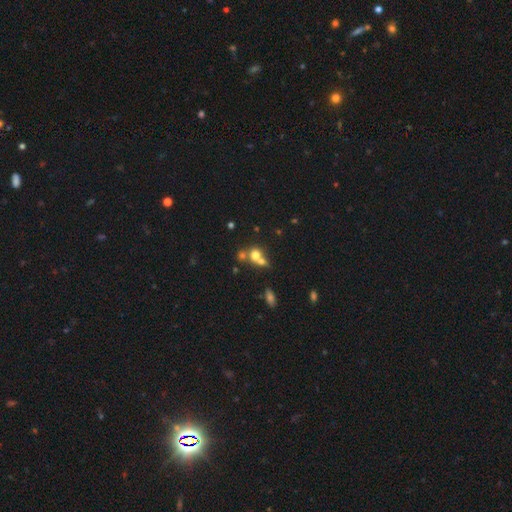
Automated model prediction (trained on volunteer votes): Smooth or featured?
  - smooth: 67% *
  - featured or disk: 17%
  - star or artifact: 16%
How rounded?
  - round: 76% *
  - in between: 23%
  - cigar-shaped: 1%
Merging?
  - merger: 54% *
  - none: 34%
  - minor disturbance: 7%
  - major disturbance: 5%